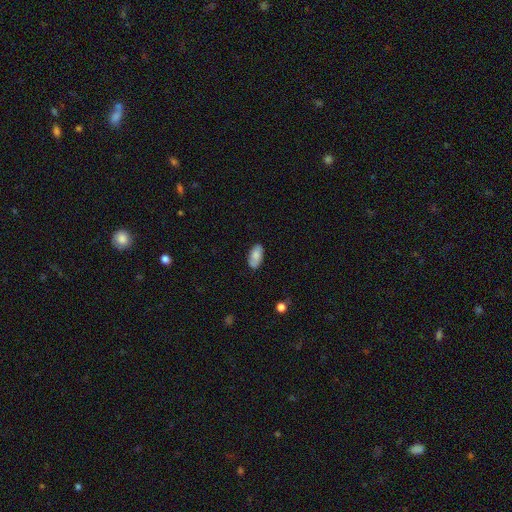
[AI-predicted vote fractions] Smooth or featured? smooth (77%)
How rounded? in between (93%)
Merging? none (79%)